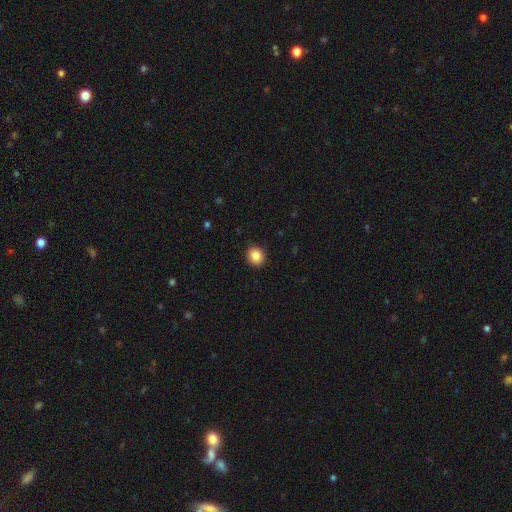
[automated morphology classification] Q: Smooth or featured?
A: smooth (85%); runner-up: star or artifact (9%)
Q: How rounded?
A: round (83%); runner-up: in between (16%)
Q: Merging?
A: none (92%); runner-up: minor disturbance (6%)